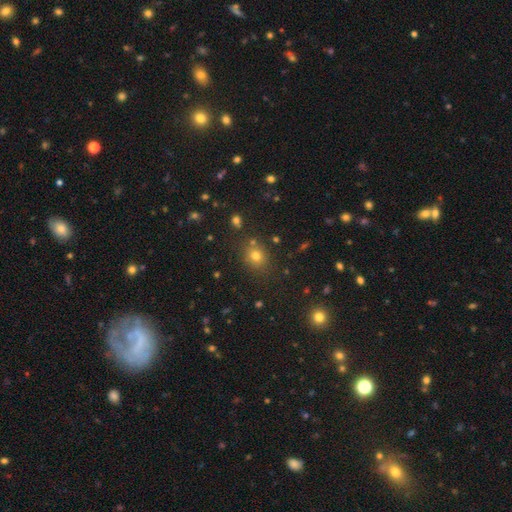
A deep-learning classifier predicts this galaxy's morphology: smooth 68%, star or artifact 24%, featured or disk 8%. Down the decision tree: how rounded — round (75%); merging — none (82%).